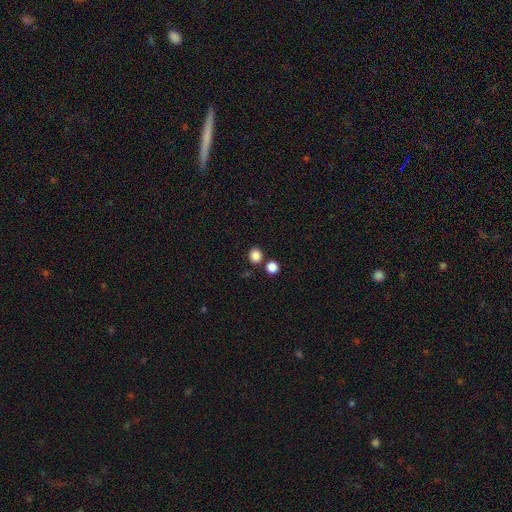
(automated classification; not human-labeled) This appears to be a smooth galaxy with no disk features (85%) that is round (81%). Merging: none (79%).